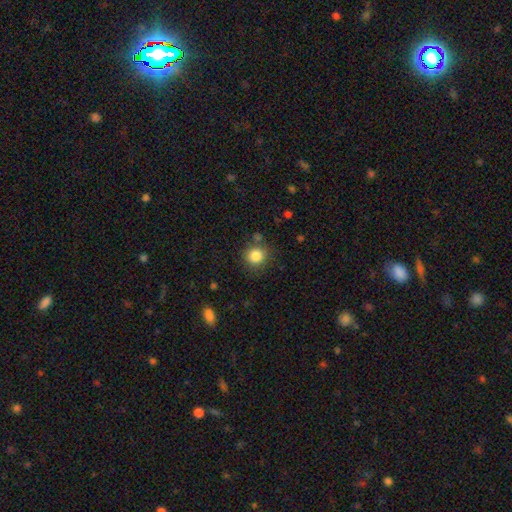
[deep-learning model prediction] smooth_or_featured: smooth (p=0.85) [alt: star or artifact p=0.11]
how_rounded: round (p=0.91) [alt: in between p=0.08]
merging: none (p=0.81) [alt: minor disturbance p=0.10]